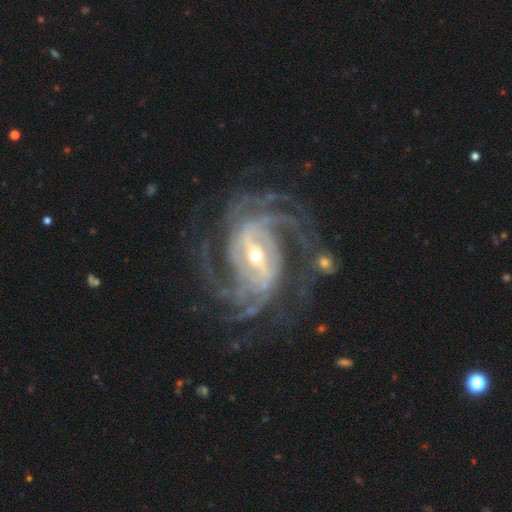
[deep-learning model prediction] Smooth or featured? featured or disk (93%)
Edge-on disk? no (97%)
Bar? strong (64%)
Spiral arms? yes (98%)
Spiral winding? tight (47%)
Spiral arm count? 4 (30%)
Bulge size? small (54%)
Merging? none (68%)